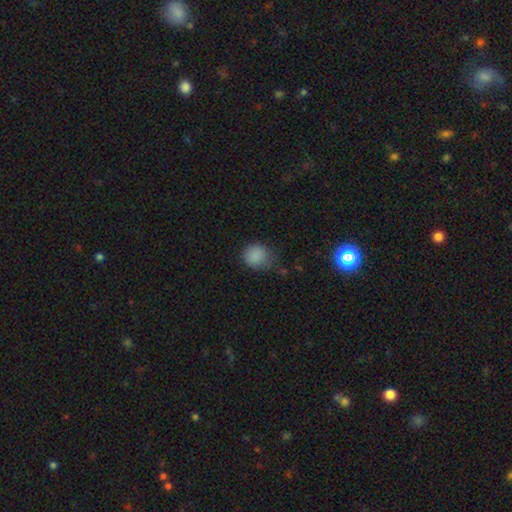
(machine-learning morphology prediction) smooth-or-featured: smooth: 86% | star or artifact: 10% | featured or disk: 4%
  how-rounded: round: 80% | in between: 19% | cigar-shaped: 1%
  merging: none: 59% | minor disturbance: 29% | major disturbance: 9% | merger: 2%